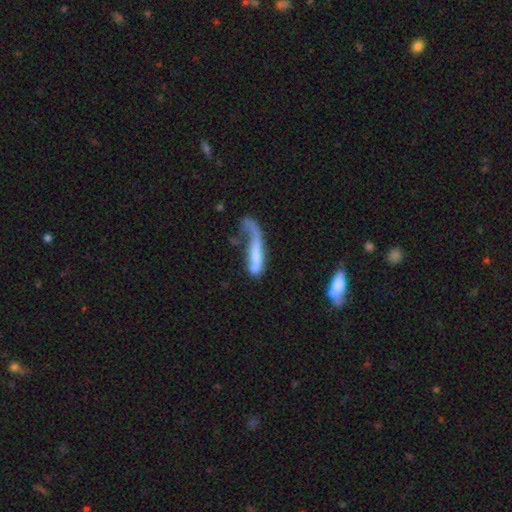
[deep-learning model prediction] smooth_or_featured: smooth (p=0.48) [alt: featured or disk p=0.44]
merging: major disturbance (p=0.42) [alt: merger p=0.23]